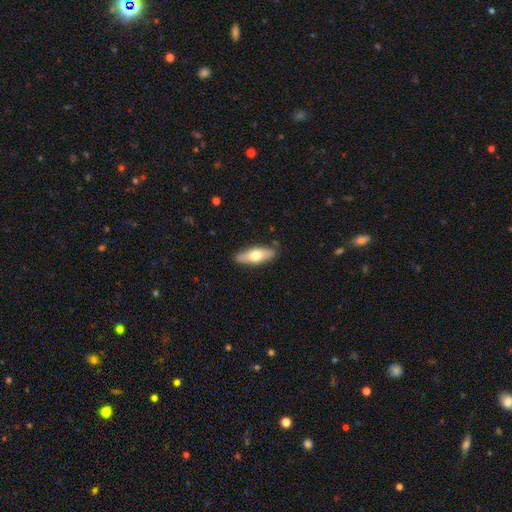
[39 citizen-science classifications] Smooth or featured? smooth (69%)
How rounded? in between (74%)
Merging? none (79%)